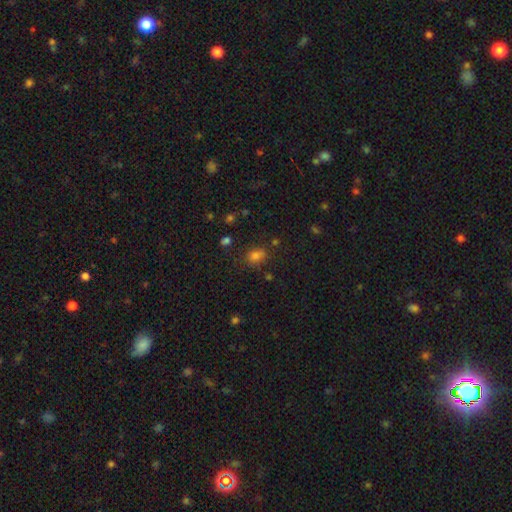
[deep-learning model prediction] Smooth or featured: smooth — 72% (star or artifact — 22%)
How rounded: in between — 58% (round — 40%)
Merging: none — 71% (minor disturbance — 17%)